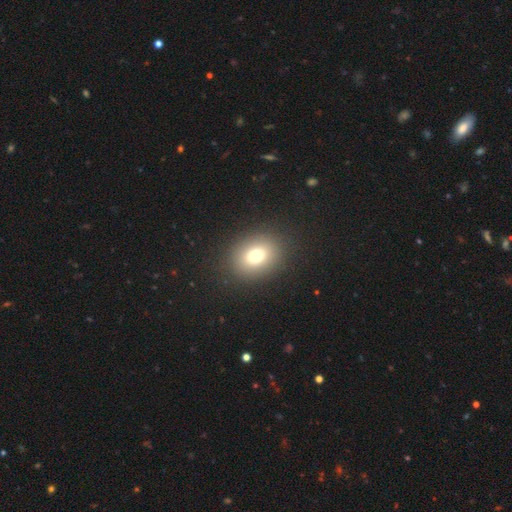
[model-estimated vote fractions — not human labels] Smooth or featured: smooth — 74% (star or artifact — 14%)
How rounded: in between — 54% (round — 45%)
Merging: none — 88% (minor disturbance — 7%)